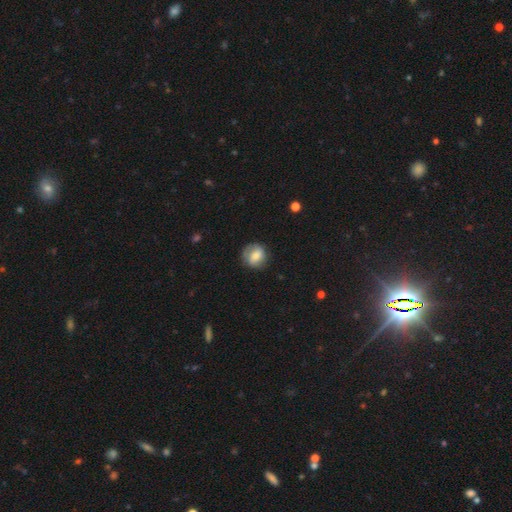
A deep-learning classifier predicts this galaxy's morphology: Smooth or featured: smooth — 66% (featured or disk — 26%)
How rounded: round — 76% (in between — 23%)
Merging: none — 74% (minor disturbance — 18%)